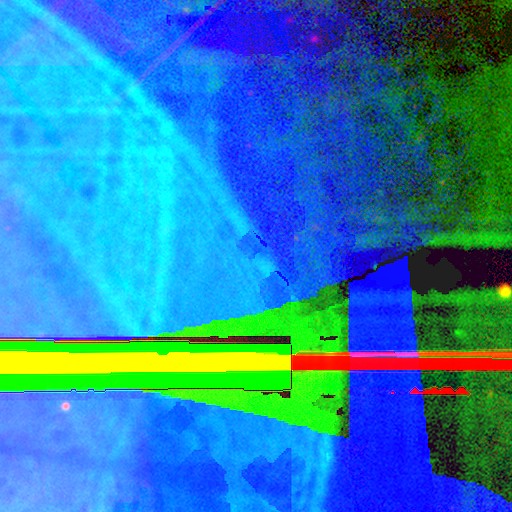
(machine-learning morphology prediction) Smooth or featured: star or artifact — 86% (featured or disk — 8%)